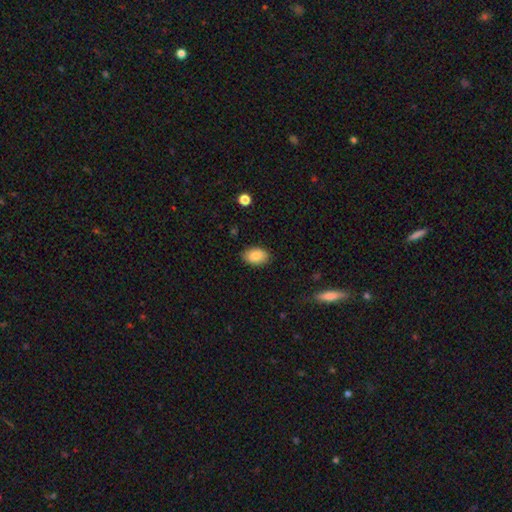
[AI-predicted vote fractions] This appears to be a smooth galaxy with no disk features (85%) that is in between round and cigar-shaped (89%). Merging: none (86%).